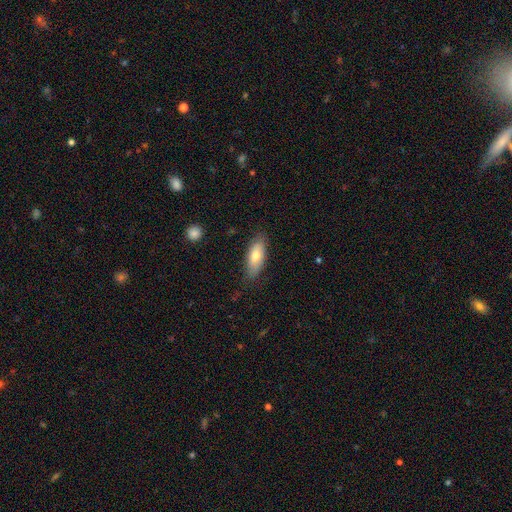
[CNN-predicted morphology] Q: Smooth or featured?
A: smooth (71%); runner-up: featured or disk (23%)
Q: How rounded?
A: in between (79%); runner-up: cigar-shaped (19%)
Q: Merging?
A: none (79%); runner-up: minor disturbance (17%)